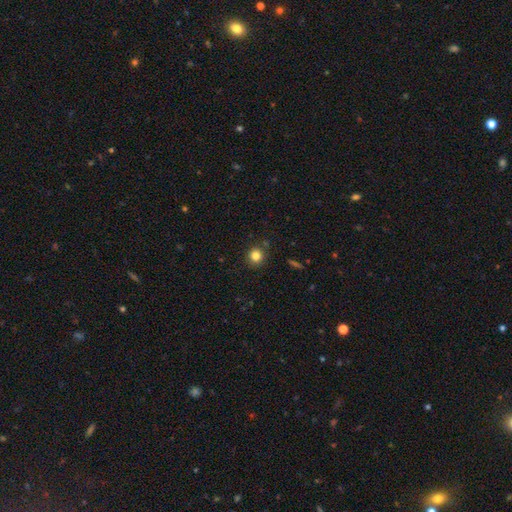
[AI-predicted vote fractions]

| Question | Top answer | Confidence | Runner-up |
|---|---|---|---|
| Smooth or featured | smooth | 82% | star or artifact (12%) |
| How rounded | round | 91% | in between (8%) |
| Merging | none | 85% | minor disturbance (10%) |